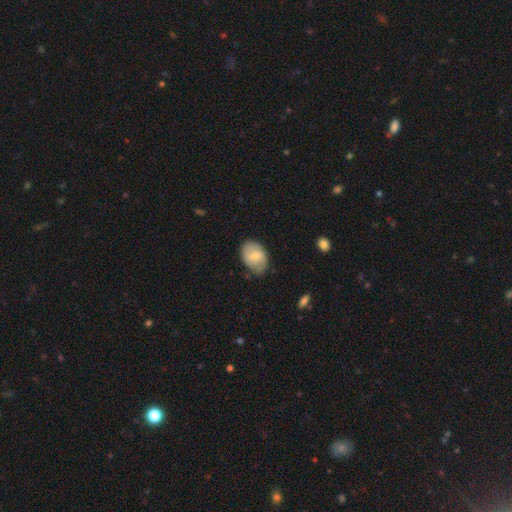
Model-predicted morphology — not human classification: A smooth galaxy with no disk features (69%) that is in between round and cigar-shaped (82%). Merging: none (72%).